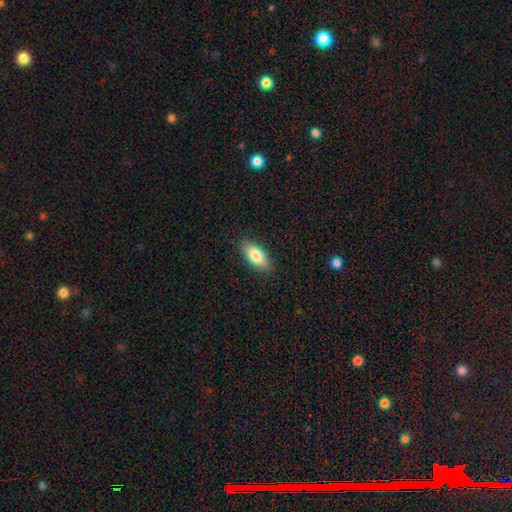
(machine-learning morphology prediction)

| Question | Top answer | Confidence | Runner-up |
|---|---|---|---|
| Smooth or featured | smooth | 82% | featured or disk (12%) |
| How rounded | in between | 86% | cigar-shaped (11%) |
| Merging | none | 87% | minor disturbance (10%) |